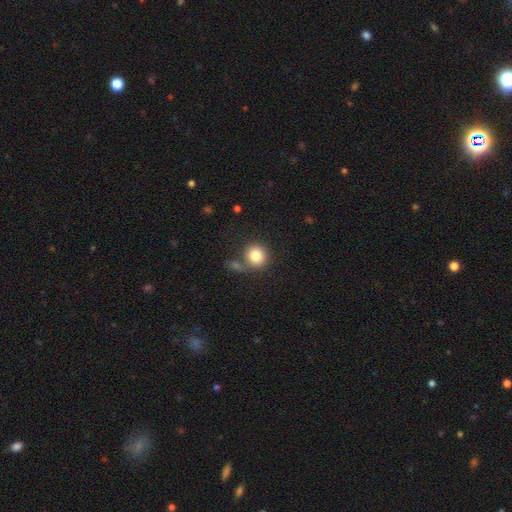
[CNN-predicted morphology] smooth 82%, star or artifact 9%, featured or disk 9%. Down the decision tree: how rounded — round (88%); merging — none (59%).